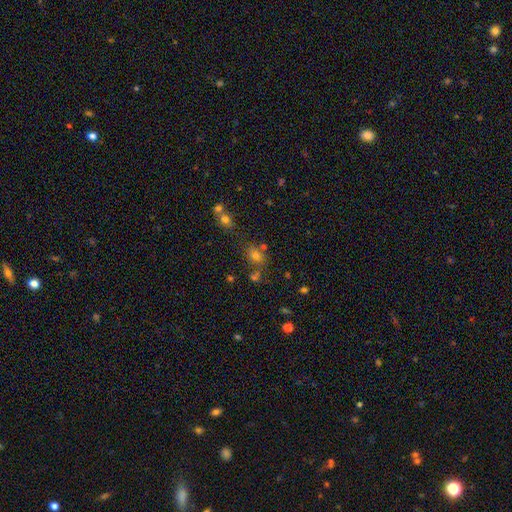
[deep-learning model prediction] smooth_or_featured: smooth (p=0.63) [alt: star or artifact p=0.27]
how_rounded: round (p=0.60) [alt: in between p=0.38]
merging: none (p=0.60) [alt: merger p=0.20]